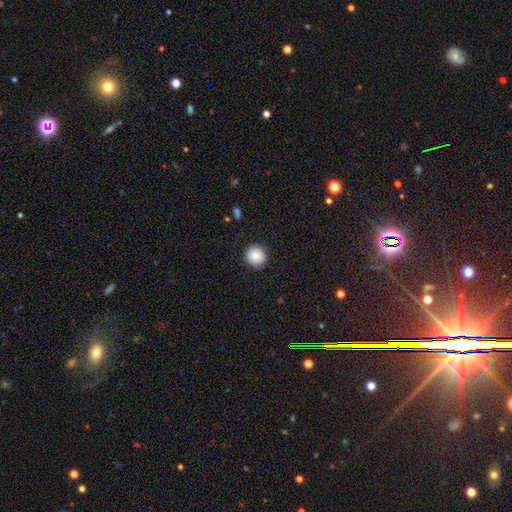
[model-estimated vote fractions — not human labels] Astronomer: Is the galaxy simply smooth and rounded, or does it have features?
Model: smooth — 87%.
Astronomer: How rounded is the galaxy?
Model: round — 94%.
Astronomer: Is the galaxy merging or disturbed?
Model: none — 90%.